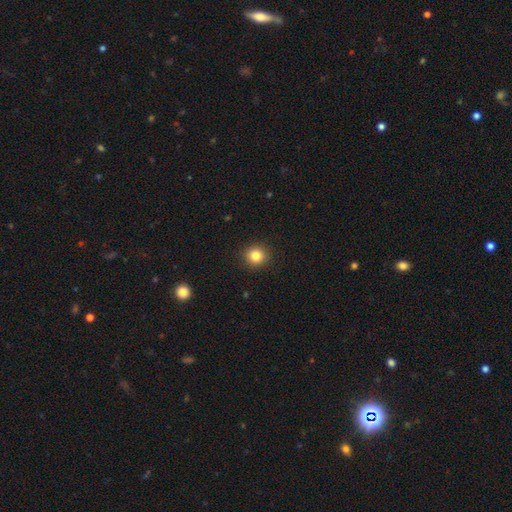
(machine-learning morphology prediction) Smooth or featured?
  - smooth: 83% *
  - star or artifact: 11%
  - featured or disk: 6%
How rounded?
  - round: 92% *
  - in between: 7%
  - cigar-shaped: 1%
Merging?
  - none: 92% *
  - minor disturbance: 5%
  - major disturbance: 2%
  - merger: 1%